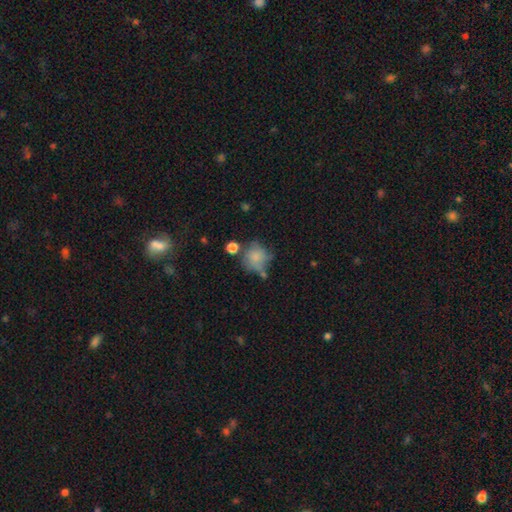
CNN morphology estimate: smooth 71%, featured or disk 18%, star or artifact 10%. Down the decision tree: how rounded — round (77%); merging — none (46%).